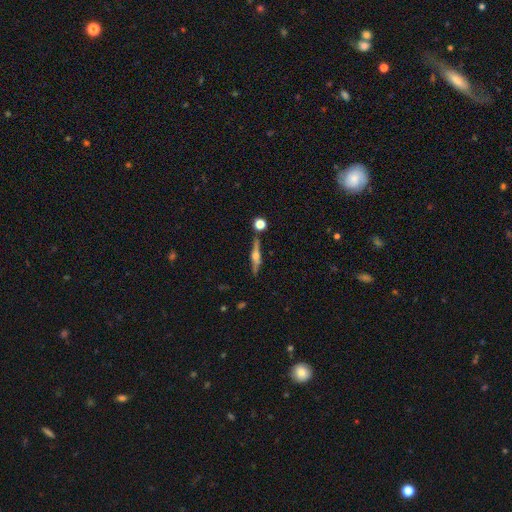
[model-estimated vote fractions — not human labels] A featured or disk galaxy (71%) viewed edge-on (97%) with a rounded central bulge (89%). Merging: none (80%).